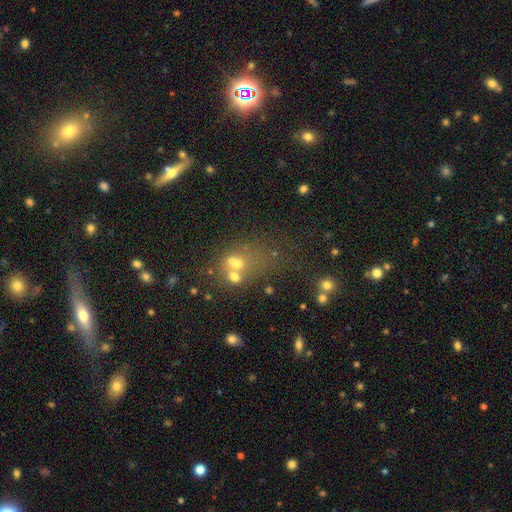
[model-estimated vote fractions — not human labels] Overall: star or artifact (46%; smooth 39%).